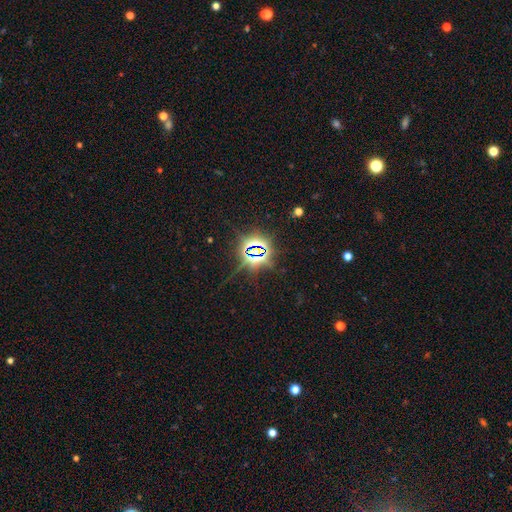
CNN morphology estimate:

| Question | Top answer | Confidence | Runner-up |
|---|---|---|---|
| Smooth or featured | star or artifact | 83% | smooth (10%) |